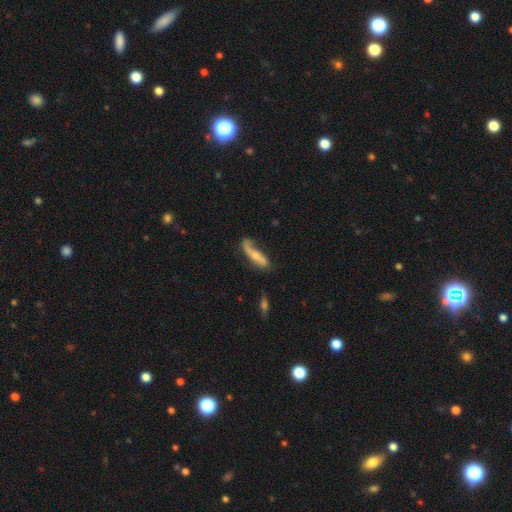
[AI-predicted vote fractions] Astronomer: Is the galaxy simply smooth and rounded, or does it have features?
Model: featured or disk — 50% (runner-up: smooth, 44%).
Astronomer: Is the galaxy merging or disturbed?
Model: none — 47% (runner-up: minor disturbance, 30%).